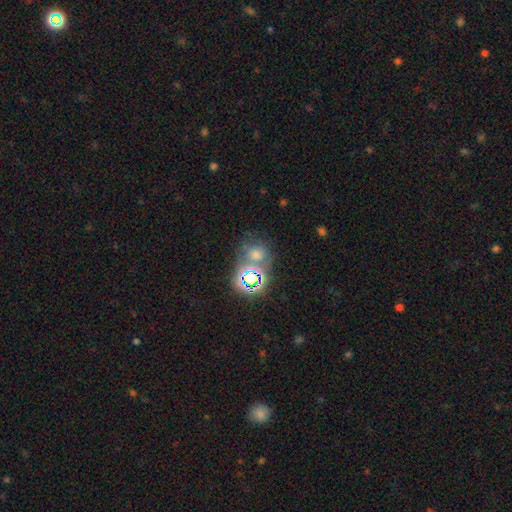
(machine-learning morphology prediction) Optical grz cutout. It shows a star or artifact, not a galaxy (58%).